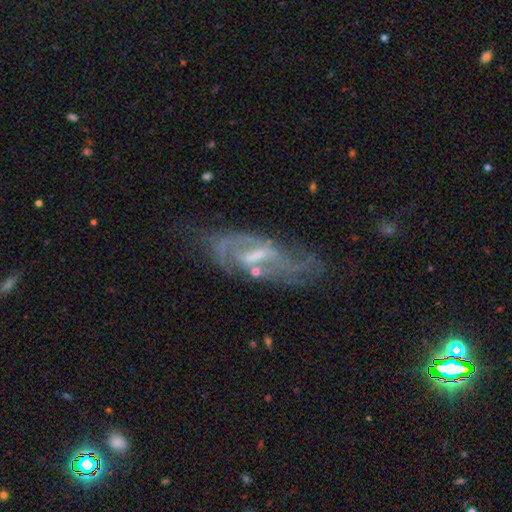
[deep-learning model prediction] This appears to be a featured or disk galaxy (82%) with a weak bar (45%), 2 (57%) medium (45%) spiral arms (83%) and a small central bulge (37%, tied with moderate). Merging: none (55%).